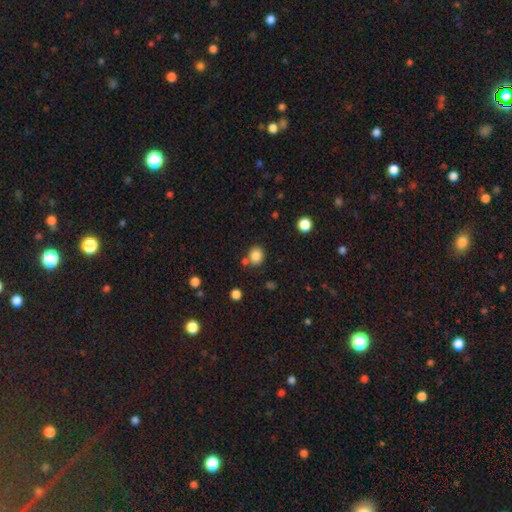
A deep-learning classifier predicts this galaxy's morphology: Smooth or featured? Predicted: smooth (p=0.84). How rounded? Predicted: round (p=0.77). Merging? Predicted: none (p=0.71).